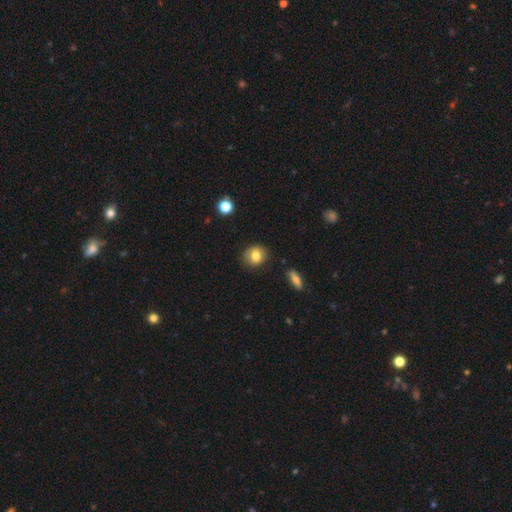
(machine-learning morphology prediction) A smooth galaxy with no disk features (79%) that is round (69%).

Vote fractions:
- Smooth or featured? smooth: 79% / featured or disk: 12% / star or artifact: 9%
- How rounded? round: 69% / in between: 30% / cigar-shaped: 1%
- Merging? none: 81% / minor disturbance: 13% / major disturbance: 3% / merger: 2%